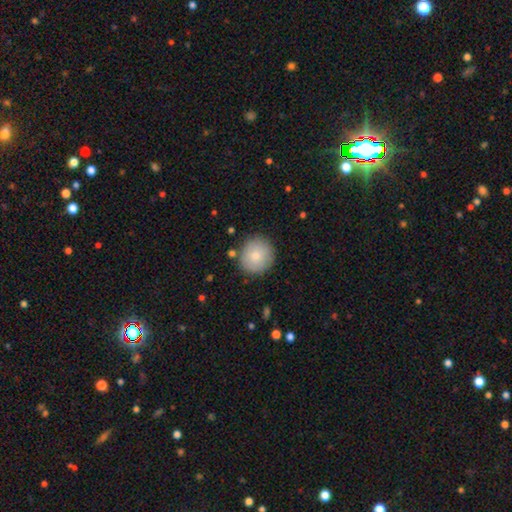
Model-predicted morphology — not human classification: smooth_or_featured: smooth (p=0.82) [alt: featured or disk p=0.11]
how_rounded: round (p=0.90) [alt: in between p=0.09]
merging: none (p=0.85) [alt: minor disturbance p=0.10]